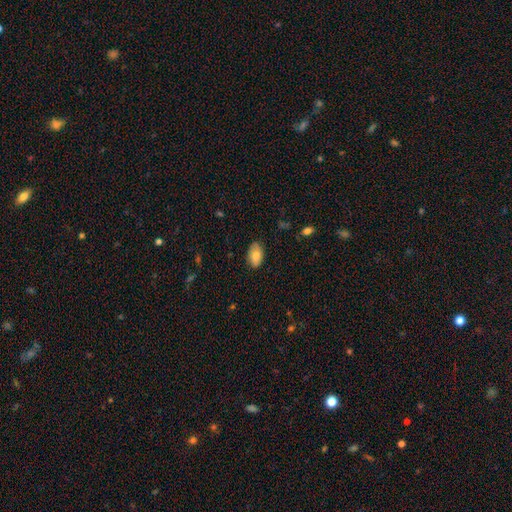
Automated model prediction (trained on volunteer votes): smooth 78%, featured or disk 15%, star or artifact 7%. Down the decision tree: how rounded — in between (92%); merging — none (82%).